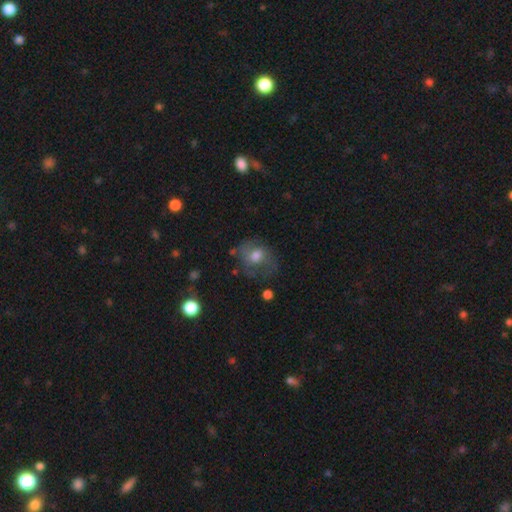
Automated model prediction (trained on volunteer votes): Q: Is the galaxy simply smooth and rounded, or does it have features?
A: smooth — 50%.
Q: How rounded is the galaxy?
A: round — 56%.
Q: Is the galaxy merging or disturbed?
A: none — 56%.